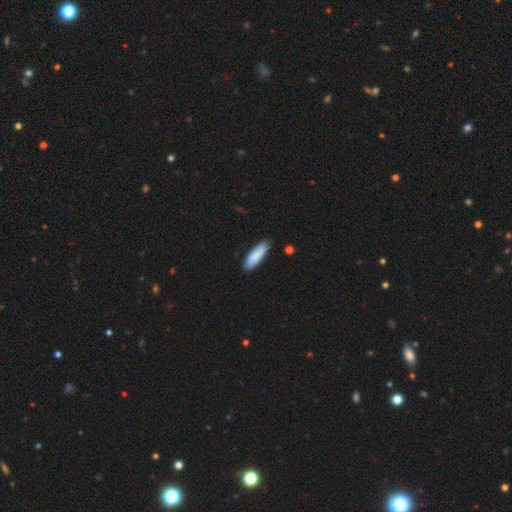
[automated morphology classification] Smooth or featured: smooth — 87% (featured or disk — 8%)
How rounded: cigar-shaped — 53% (in between — 45%)
Merging: none — 85% (minor disturbance — 12%)